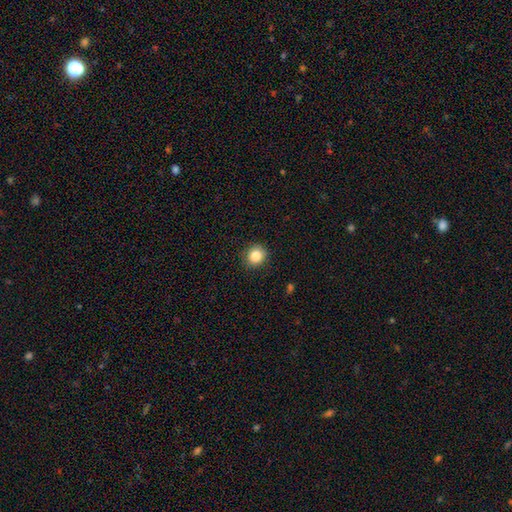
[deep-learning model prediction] Smooth or featured?
  - smooth: 84% *
  - star or artifact: 10%
  - featured or disk: 6%
How rounded?
  - round: 89% *
  - in between: 10%
  - cigar-shaped: 1%
Merging?
  - none: 90% *
  - minor disturbance: 7%
  - major disturbance: 2%
  - merger: 1%